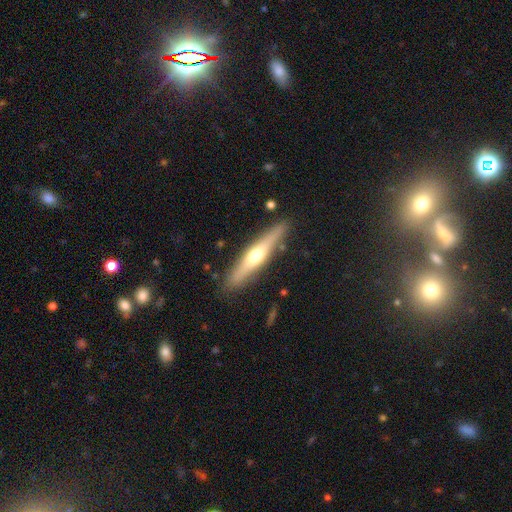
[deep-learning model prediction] Morphology: type=featured or disk (55%); edge-on=yes (93%); edge-on bulge=rounded (87%); merging=none (86%).